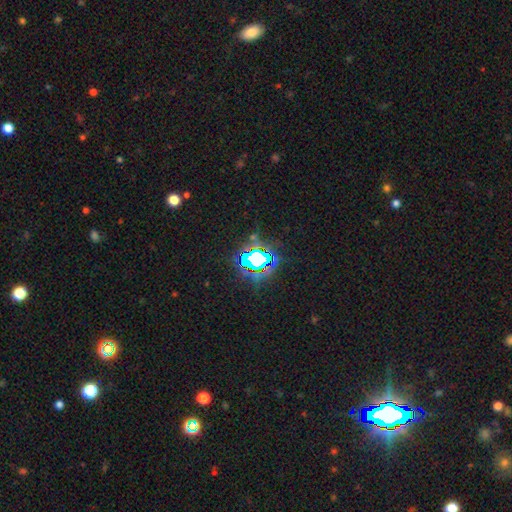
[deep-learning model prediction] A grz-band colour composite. It shows a star or artifact, not a galaxy (69%).